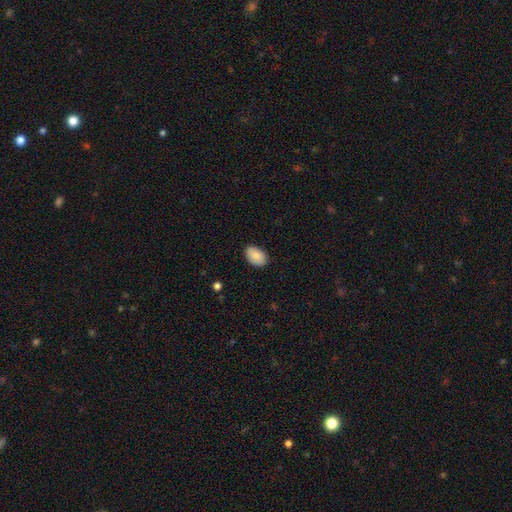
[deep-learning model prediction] Overall: smooth (86%). How rounded: in between (90%). Merging: none (85%).